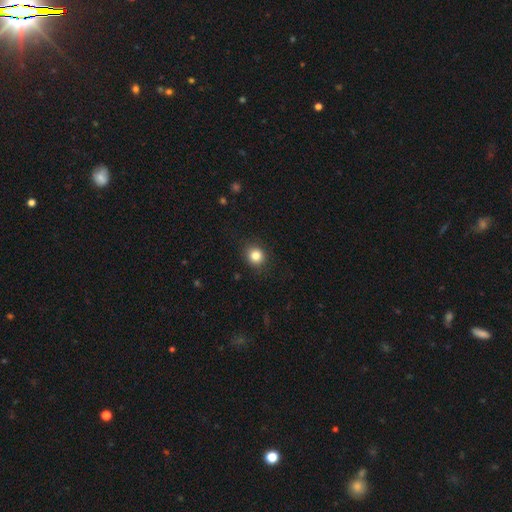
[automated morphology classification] This appears to be a smooth galaxy with no disk features (84%) that is round (86%). Merging: none (89%).